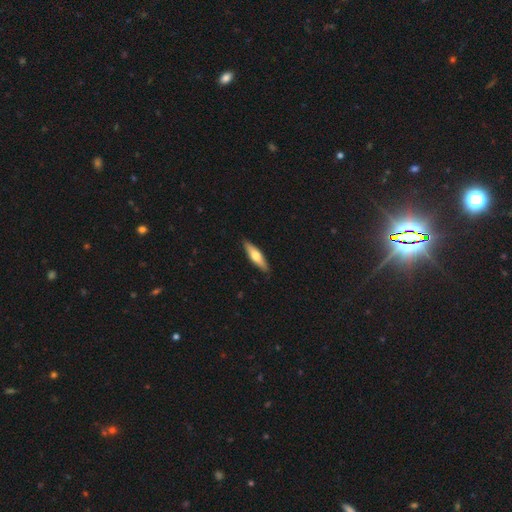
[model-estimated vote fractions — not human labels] A smooth galaxy with no disk features (54%) that is cigar-shaped (69%).

Vote fractions:
- Smooth or featured? smooth: 54% / featured or disk: 41% / star or artifact: 5%
- How rounded? cigar-shaped: 69% / in between: 29% / round: 2%
- Merging? none: 90% / minor disturbance: 7% / major disturbance: 1% / merger: 1%